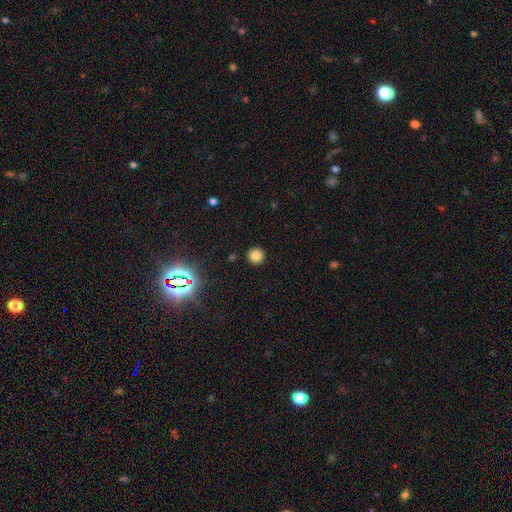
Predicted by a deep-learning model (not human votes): Smooth or featured: smooth — 80% (star or artifact — 15%)
How rounded: round — 96% (in between — 3%)
Merging: none — 92% (minor disturbance — 5%)